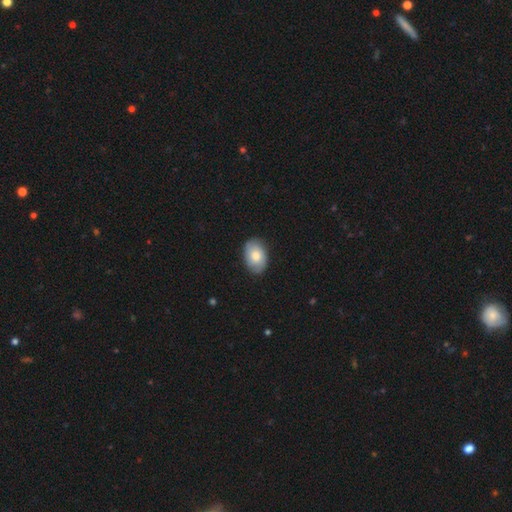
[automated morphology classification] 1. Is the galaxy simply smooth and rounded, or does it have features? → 78% smooth, 16% featured or disk, 6% star or artifact.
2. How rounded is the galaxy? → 86% in between, 13% round, 1% cigar-shaped.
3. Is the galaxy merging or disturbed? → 85% none, 12% minor disturbance, 2% major disturbance, 1% merger.